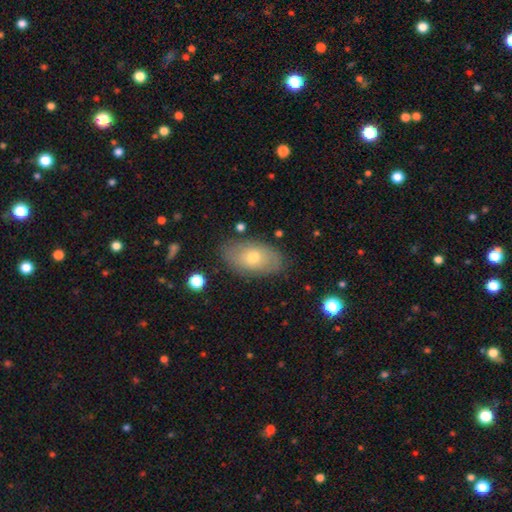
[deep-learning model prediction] Smooth or featured? smooth (56%)
How rounded? in between (91%)
Merging? none (80%)